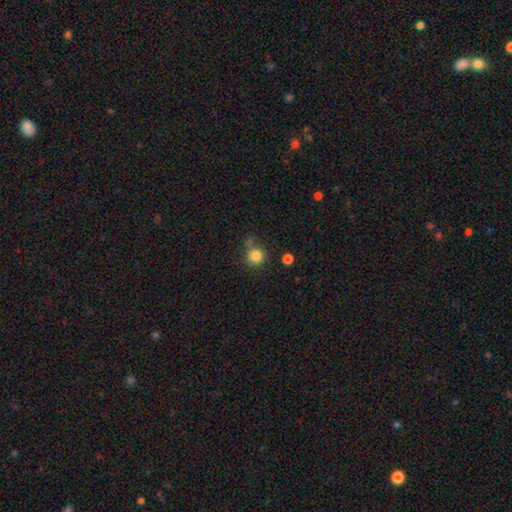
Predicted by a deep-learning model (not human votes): smooth_or_featured: smooth (p=0.84) [alt: star or artifact p=0.11]
how_rounded: round (p=0.93) [alt: in between p=0.06]
merging: none (p=0.69) [alt: minor disturbance p=0.13]